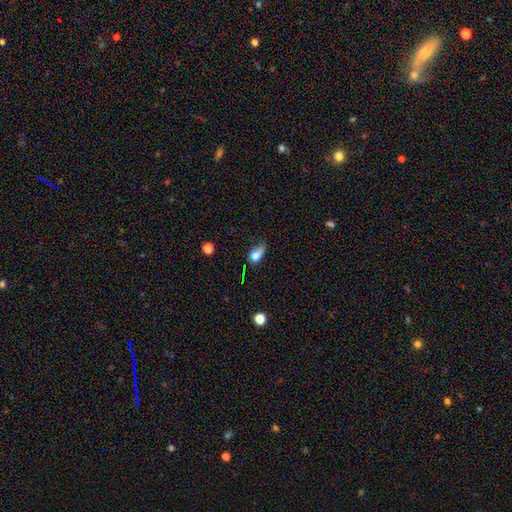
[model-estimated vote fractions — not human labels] smooth 74%, featured or disk 16%, star or artifact 11%. Down the decision tree: how rounded — in between (78%); merging — minor disturbance (40%).